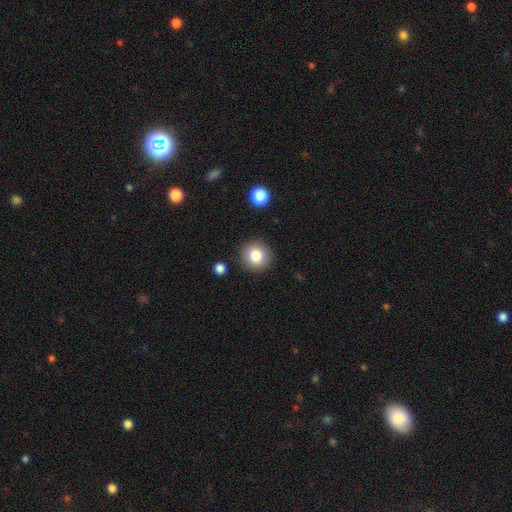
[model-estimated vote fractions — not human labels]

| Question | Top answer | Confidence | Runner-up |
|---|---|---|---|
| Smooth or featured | smooth | 81% | star or artifact (10%) |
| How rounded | round | 93% | in between (6%) |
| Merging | none | 90% | minor disturbance (6%) |